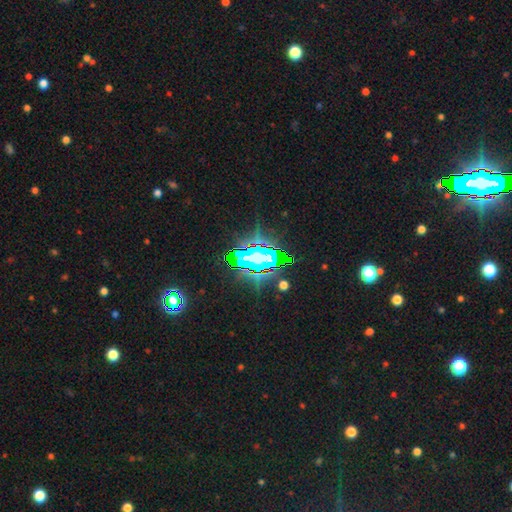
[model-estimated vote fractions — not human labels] A star or artifact, not a galaxy (68%).